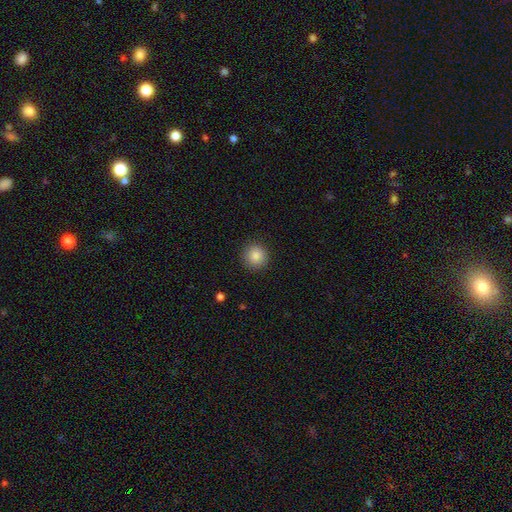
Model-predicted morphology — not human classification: Smooth or featured? Predicted: smooth (p=0.86). How rounded? Predicted: round (p=0.93). Merging? Predicted: none (p=0.90).